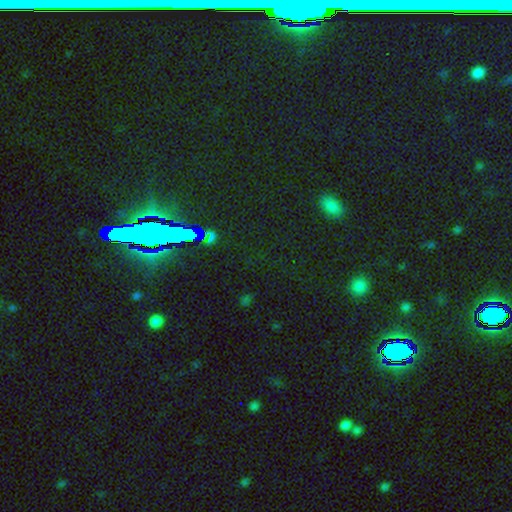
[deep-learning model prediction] Smooth or featured: star or artifact — 76% (smooth — 16%)